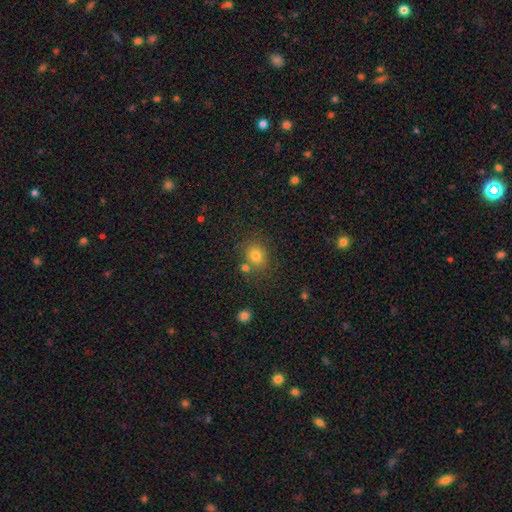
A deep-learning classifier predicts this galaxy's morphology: smooth 78%, star or artifact 14%, featured or disk 9%. Down the decision tree: how rounded — round (69%); merging — none (72%).